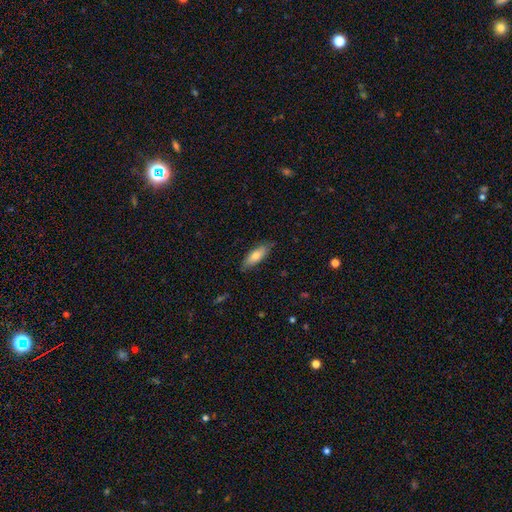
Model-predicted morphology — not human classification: Smooth or featured: smooth — 74% (featured or disk — 20%)
How rounded: in between — 64% (cigar-shaped — 34%)
Merging: none — 83% (minor disturbance — 13%)